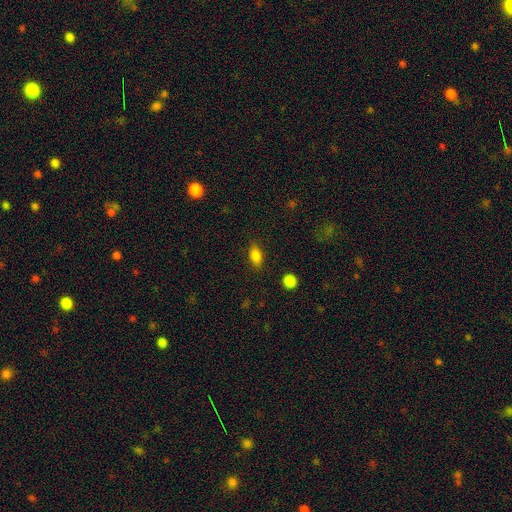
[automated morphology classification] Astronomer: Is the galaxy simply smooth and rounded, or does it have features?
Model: smooth — 80%.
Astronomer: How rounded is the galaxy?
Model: in between — 81%.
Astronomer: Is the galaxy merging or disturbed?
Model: none — 85%.